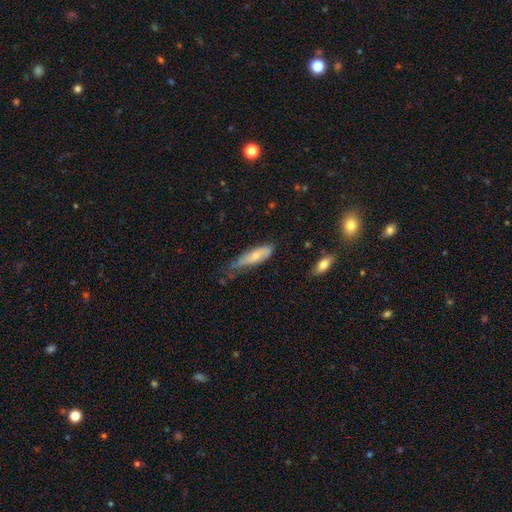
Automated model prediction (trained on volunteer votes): A smooth galaxy with no disk features (67%) that is in between round and cigar-shaped (49%, tied with cigar-shaped).

Vote fractions:
- Smooth or featured? smooth: 67% / featured or disk: 26% / star or artifact: 6%
- How rounded? in between: 49% (tied) / cigar-shaped: 49% (tied) / round: 2%
- Merging? minor disturbance: 43% / none: 38% / major disturbance: 15% / merger: 3%